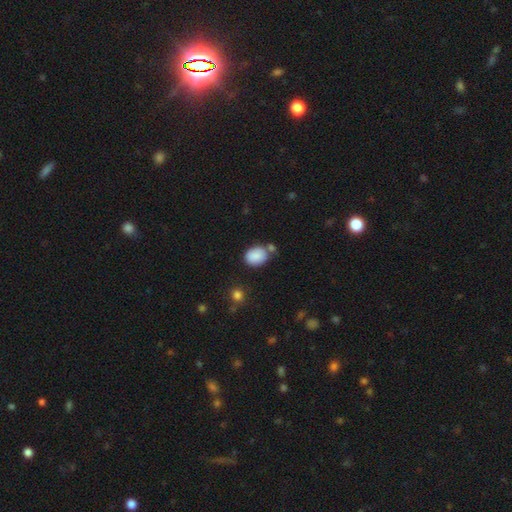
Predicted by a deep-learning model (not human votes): This appears to be a smooth galaxy with no disk features (87%) that is in between round and cigar-shaped (61%). Merging: none (61%).